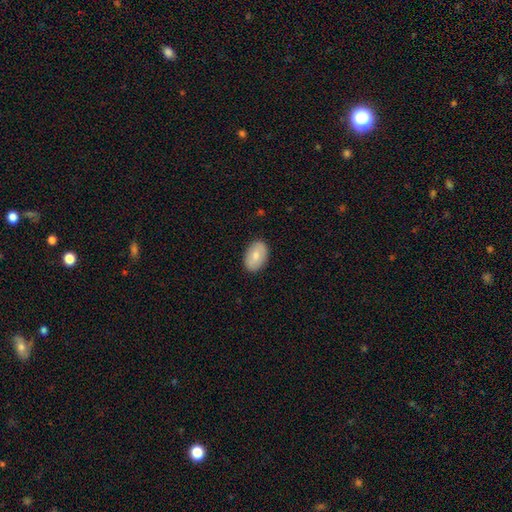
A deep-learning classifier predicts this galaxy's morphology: Smooth or featured? Predicted: smooth (p=0.76). How rounded? Predicted: in between (p=0.89). Merging? Predicted: none (p=0.87).